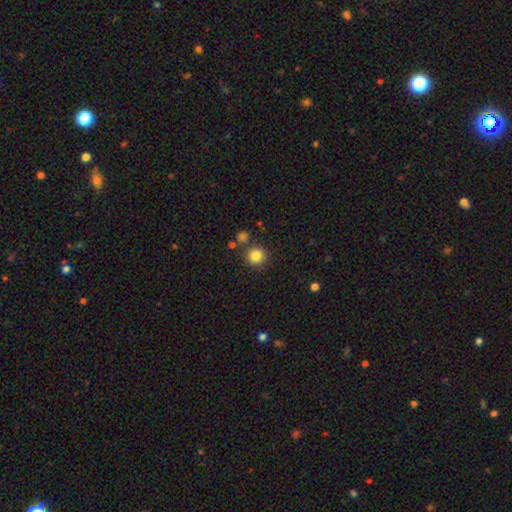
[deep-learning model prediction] Smooth or featured: smooth — 84% (star or artifact — 11%)
How rounded: round — 92% (in between — 7%)
Merging: none — 82% (minor disturbance — 8%)